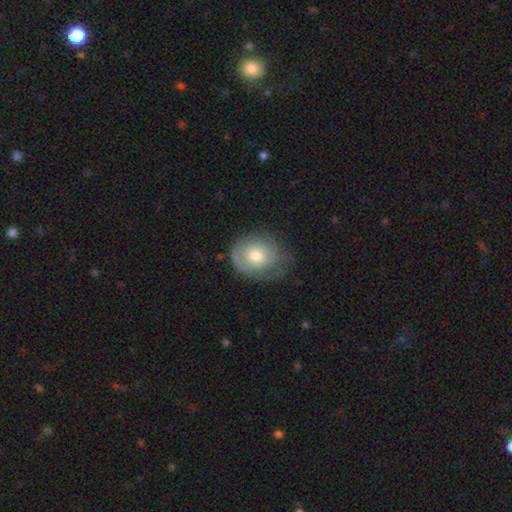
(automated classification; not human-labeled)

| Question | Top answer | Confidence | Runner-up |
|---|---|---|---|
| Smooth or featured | smooth | 61% | featured or disk (32%) |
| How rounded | round | 67% | in between (32%) |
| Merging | none | 55% | minor disturbance (31%) |